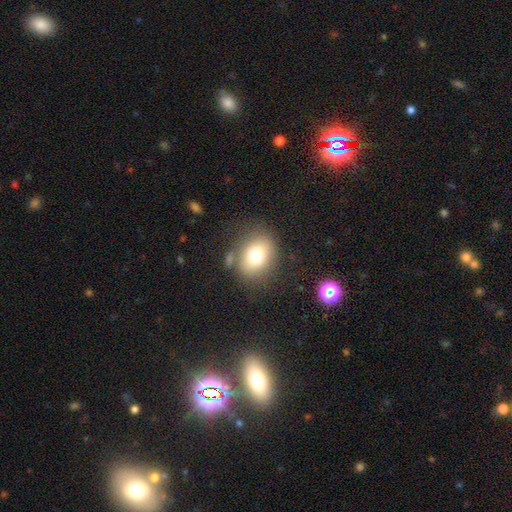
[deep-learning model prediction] Overall: smooth (77%). How rounded: in between (54%; round 45%). Merging: none (74%).